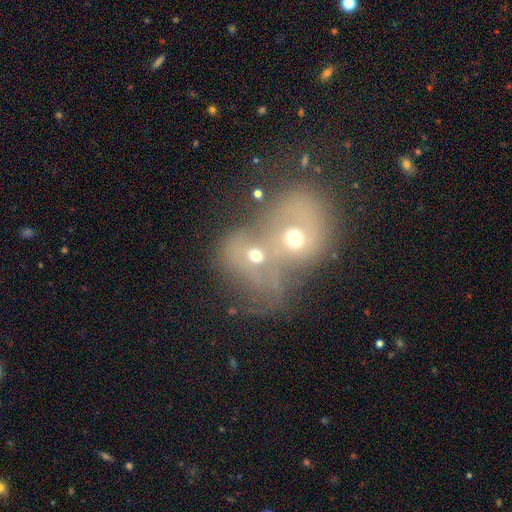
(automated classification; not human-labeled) Smooth or featured: smooth — 48% (featured or disk — 36%)
Merging: merger — 82% (none — 8%)